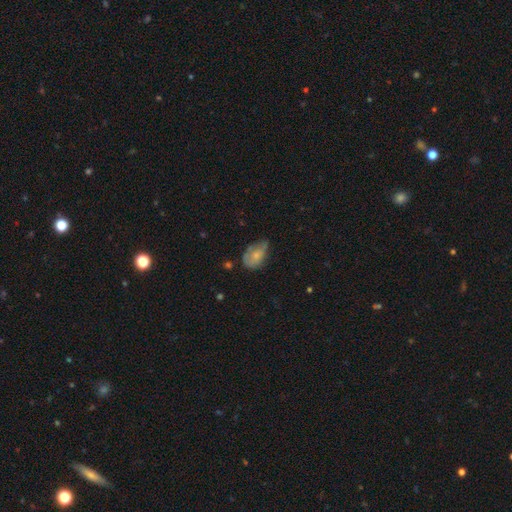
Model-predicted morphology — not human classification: Smooth or featured: smooth — 64% (featured or disk — 28%)
How rounded: in between — 87% (round — 11%)
Merging: minor disturbance — 41% (none — 38%)